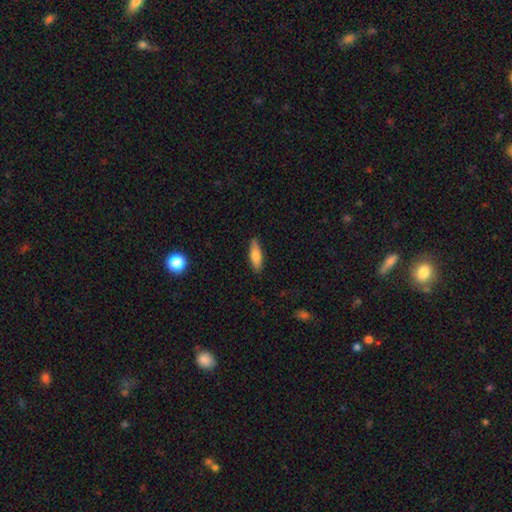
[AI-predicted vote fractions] Smooth or featured: smooth — 72% (featured or disk — 22%)
How rounded: cigar-shaped — 51% (in between — 47%)
Merging: none — 86% (minor disturbance — 11%)